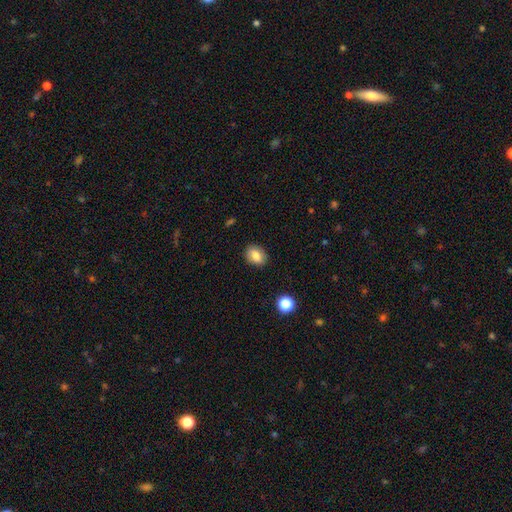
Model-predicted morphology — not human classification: smooth-or-featured: smooth: 81% | featured or disk: 9% | star or artifact: 9%
  how-rounded: in between: 65% | round: 34% | cigar-shaped: 1%
  merging: none: 87% | minor disturbance: 10% | major disturbance: 2% | merger: 1%